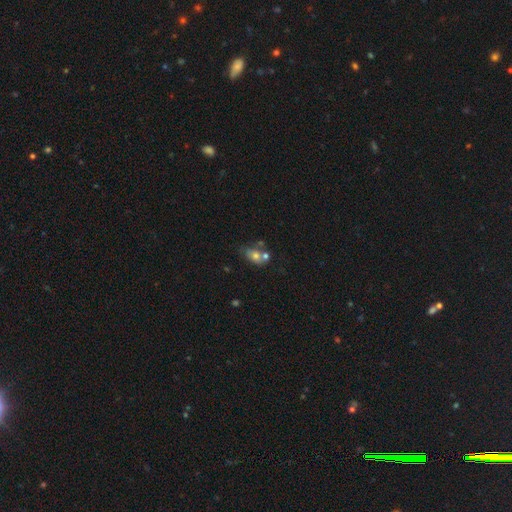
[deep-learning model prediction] Overall: smooth (63%; featured or disk 25%). How rounded: in between (73%). Merging: merger (36%, tied with none).